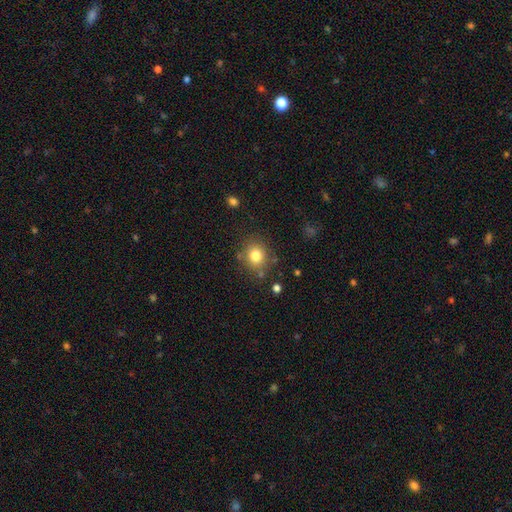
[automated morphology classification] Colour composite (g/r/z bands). It shows a smooth galaxy with no disk features (80%) that is round (76%). Merging: none (80%).